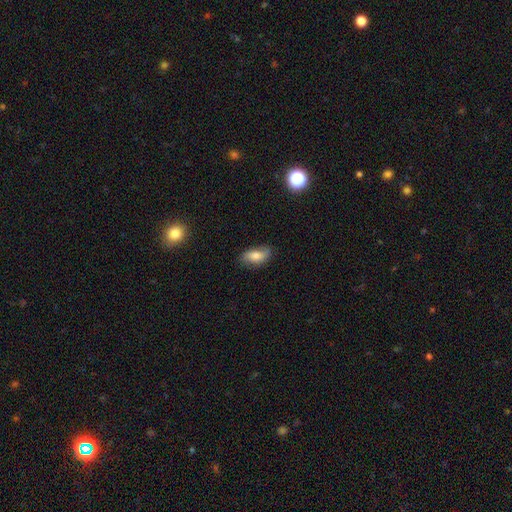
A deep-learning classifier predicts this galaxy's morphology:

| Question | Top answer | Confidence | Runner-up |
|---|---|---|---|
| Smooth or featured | smooth | 68% | featured or disk (24%) |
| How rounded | in between | 89% | cigar-shaped (7%) |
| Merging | none | 76% | minor disturbance (19%) |